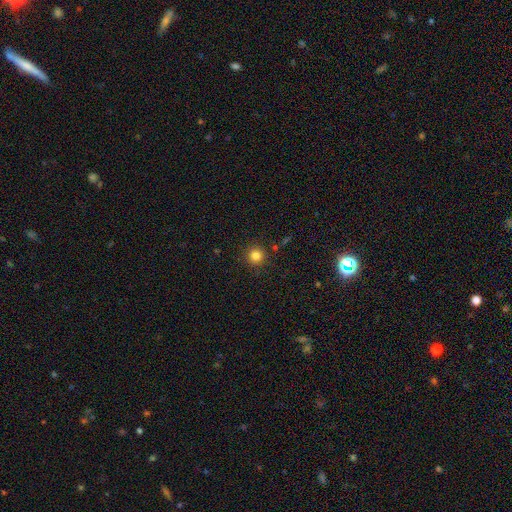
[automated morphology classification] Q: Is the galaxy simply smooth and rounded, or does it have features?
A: smooth — 82%.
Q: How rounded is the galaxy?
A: round — 95%.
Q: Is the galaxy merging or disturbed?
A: none — 90%.